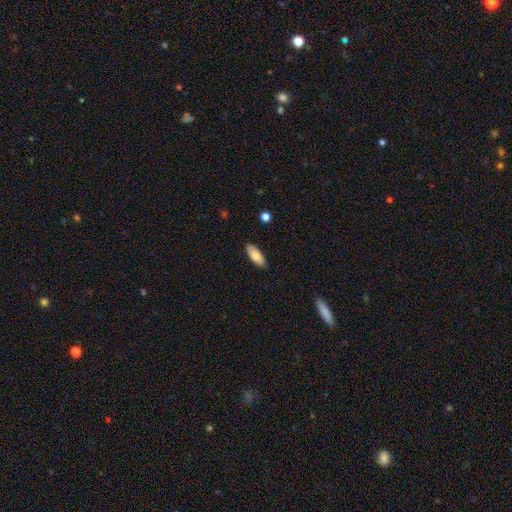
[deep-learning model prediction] Smooth or featured?
  - smooth: 81% *
  - featured or disk: 13%
  - star or artifact: 6%
How rounded?
  - in between: 78% *
  - cigar-shaped: 20%
  - round: 2%
Merging?
  - none: 88% *
  - minor disturbance: 9%
  - major disturbance: 2%
  - merger: 1%